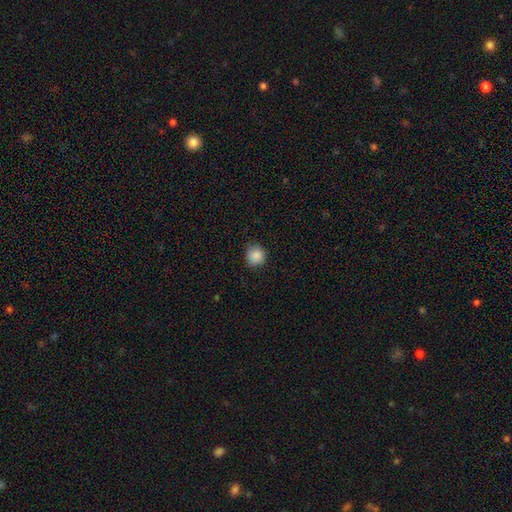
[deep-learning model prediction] Overall: smooth (88%). How rounded: round (91%). Merging: none (83%).